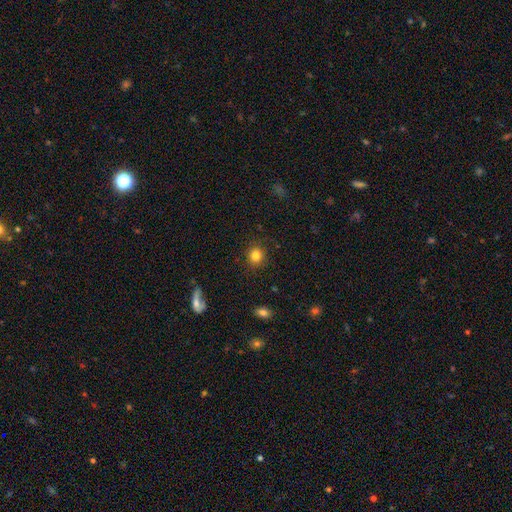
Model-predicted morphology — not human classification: This appears to be a smooth galaxy with no disk features (83%) that is round (89%). Merging: none (89%).